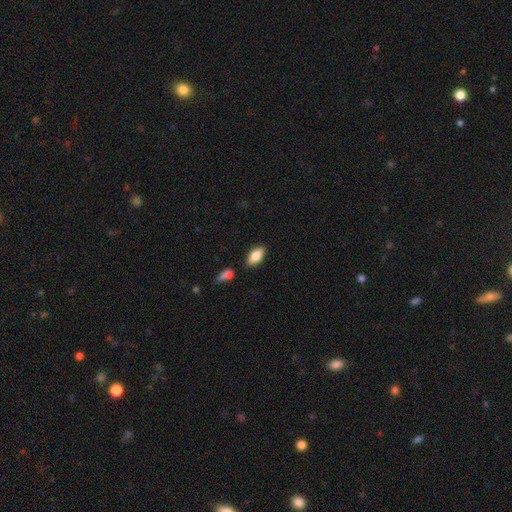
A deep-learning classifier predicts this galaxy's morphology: Q: Smooth or featured?
A: smooth (79%); runner-up: featured or disk (15%)
Q: How rounded?
A: in between (89%); runner-up: cigar-shaped (8%)
Q: Merging?
A: none (82%); runner-up: minor disturbance (10%)